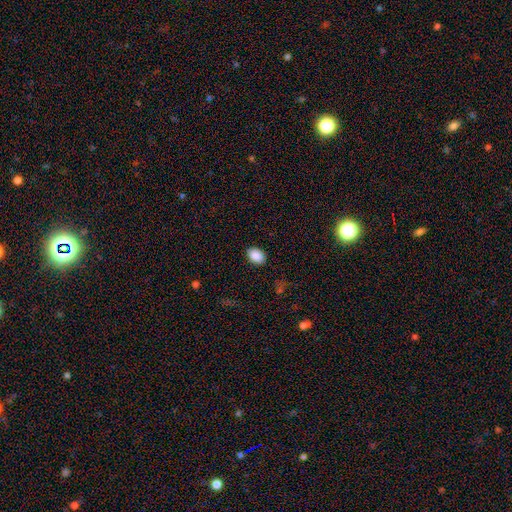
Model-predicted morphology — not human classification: This is clearly a smooth galaxy (89%). How rounded: clearly in between (81%). Merging: clearly none (88%).